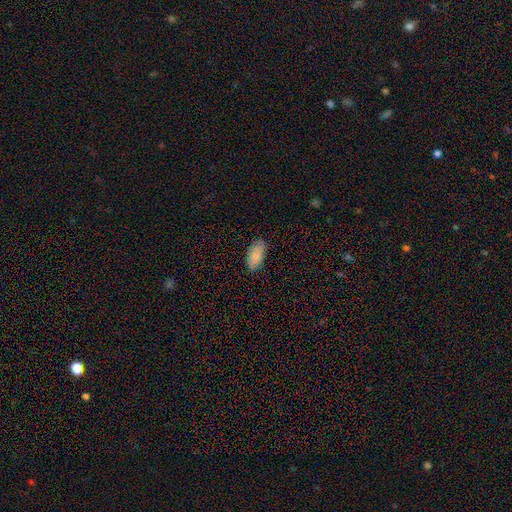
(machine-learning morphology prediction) This is clearly a smooth galaxy (85%). How rounded: clearly in between (93%). Merging: clearly none (85%).